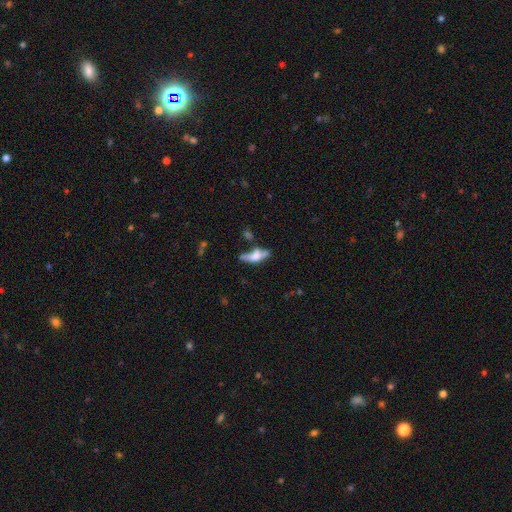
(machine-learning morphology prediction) Smooth or featured? Predicted: featured or disk (p=0.46). Merging? Predicted: none (p=0.40).